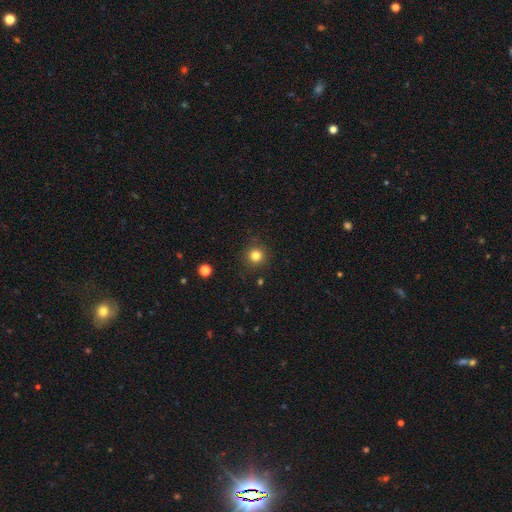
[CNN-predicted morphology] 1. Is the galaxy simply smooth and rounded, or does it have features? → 82% smooth, 13% star or artifact, 5% featured or disk.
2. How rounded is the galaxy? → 94% round, 5% in between, 1% cigar-shaped.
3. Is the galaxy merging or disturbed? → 89% none, 7% minor disturbance, 2% major disturbance, 1% merger.